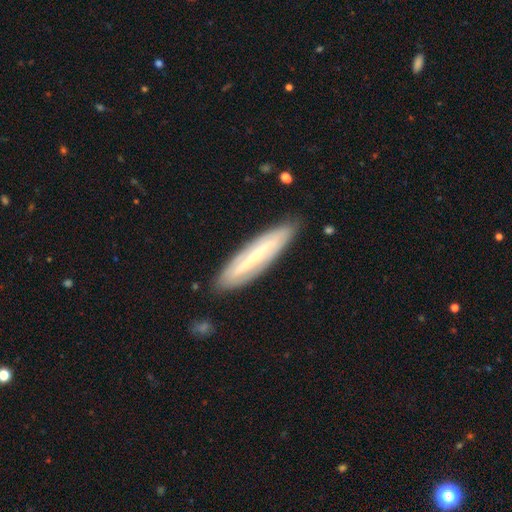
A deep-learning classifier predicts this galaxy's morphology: smooth-or-featured: featured or disk: 68% | smooth: 27% | star or artifact: 6%
  disk-edge-on: no: 54% | yes: 46%
  merging: none: 85% | minor disturbance: 11% | major disturbance: 2% | merger: 1%